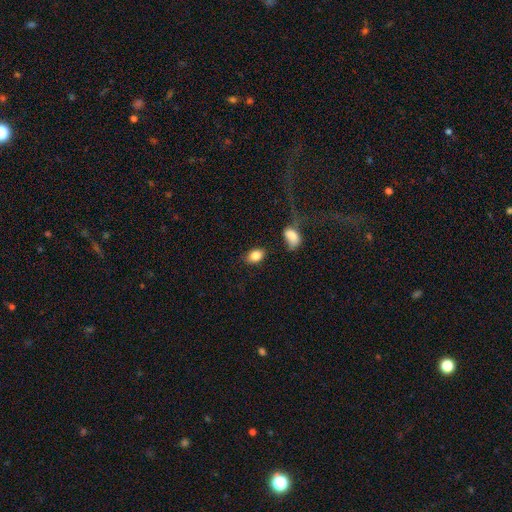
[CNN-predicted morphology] Smooth or featured?
  - smooth: 84% *
  - star or artifact: 9%
  - featured or disk: 7%
How rounded?
  - in between: 80% *
  - round: 19%
  - cigar-shaped: 2%
Merging?
  - none: 76% *
  - minor disturbance: 14%
  - merger: 5%
  - major disturbance: 5%